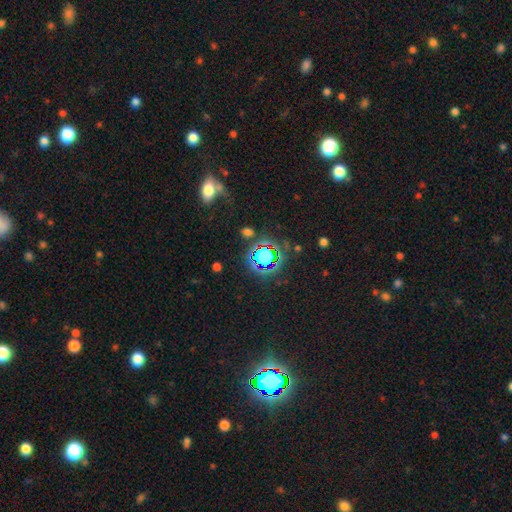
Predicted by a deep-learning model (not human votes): Smooth or featured?
  - star or artifact: 74% *
  - smooth: 16%
  - featured or disk: 10%